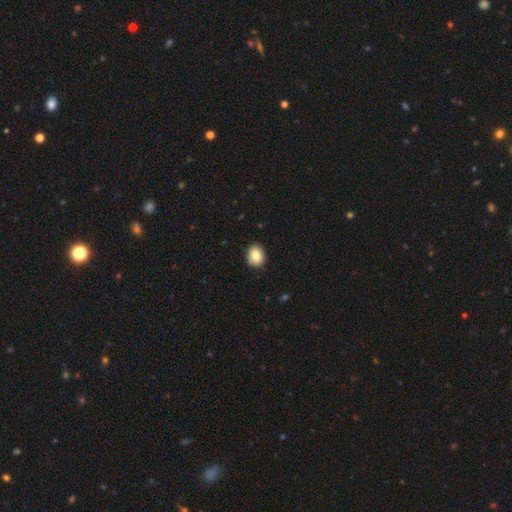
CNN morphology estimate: This appears to be a smooth galaxy with no disk features (83%) that is in between round and cigar-shaped (51%). Merging: none (90%).